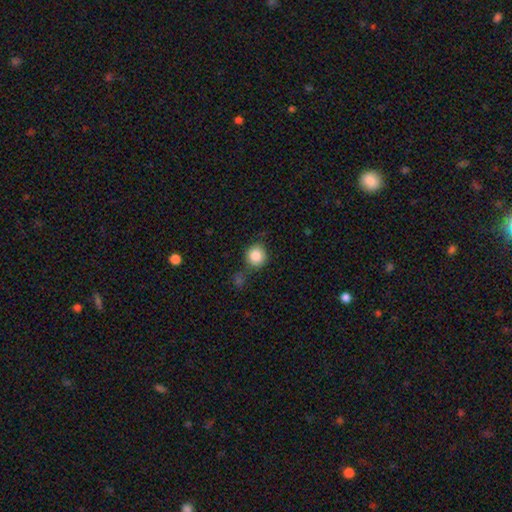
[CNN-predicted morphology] A smooth galaxy with no disk features (86%) that is round (88%).

Vote fractions:
- Smooth or featured? smooth: 86% / star or artifact: 9% / featured or disk: 5%
- How rounded? round: 88% / in between: 11% / cigar-shaped: 1%
- Merging? none: 71% / minor disturbance: 16% / merger: 8% / major disturbance: 5%